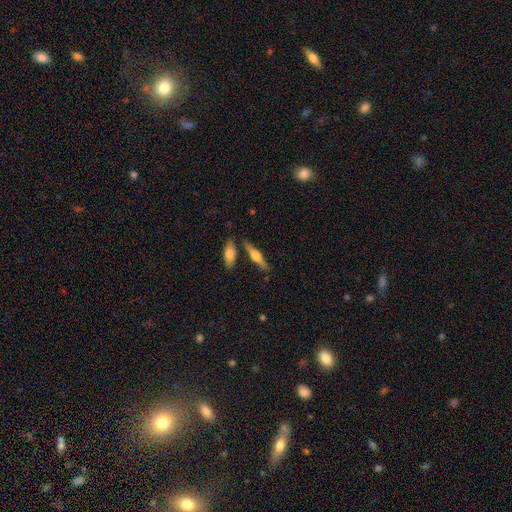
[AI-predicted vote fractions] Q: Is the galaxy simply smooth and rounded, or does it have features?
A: featured or disk — 61%.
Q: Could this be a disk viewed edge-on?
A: yes — 96%.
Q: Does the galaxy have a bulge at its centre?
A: rounded — 89%.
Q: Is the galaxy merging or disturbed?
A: none — 77%.